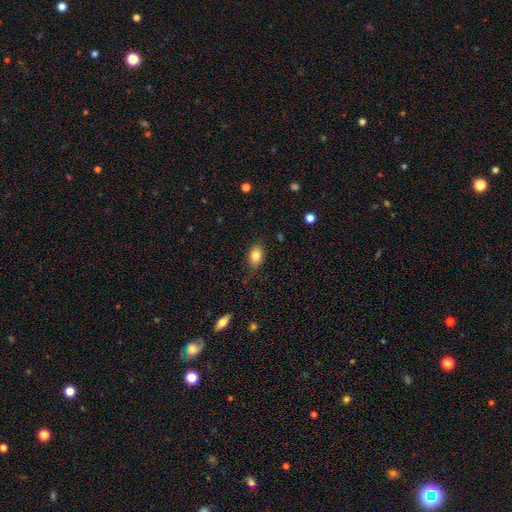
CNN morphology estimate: The model was most divided on "how rounded": in between: 76%, round: 23%, cigar-shaped: 1%. More confident: smooth or featured — smooth (84%); merging — none (79%).